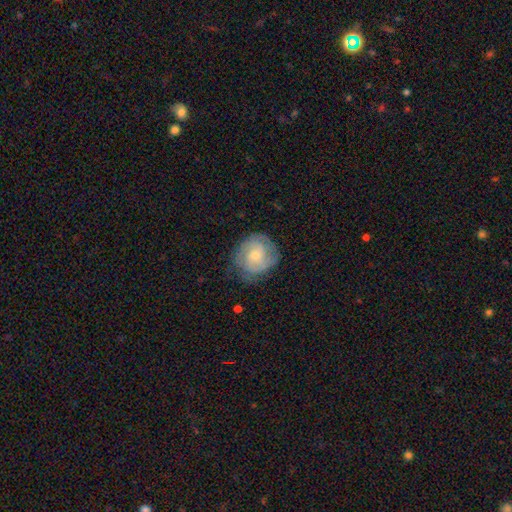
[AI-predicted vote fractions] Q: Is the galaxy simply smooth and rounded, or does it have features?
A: featured or disk — 58%.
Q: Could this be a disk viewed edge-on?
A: no — 98%.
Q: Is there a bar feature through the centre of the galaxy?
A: no — 71%.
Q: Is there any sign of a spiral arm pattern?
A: yes — 84%.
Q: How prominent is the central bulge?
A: small — 58%.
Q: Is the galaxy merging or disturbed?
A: none — 69%.